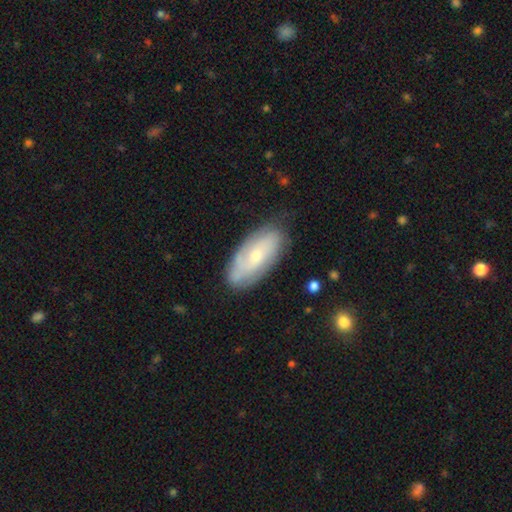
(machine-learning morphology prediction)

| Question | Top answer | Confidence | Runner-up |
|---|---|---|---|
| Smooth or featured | featured or disk | 57% | smooth (37%) |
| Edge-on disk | no | 89% | yes (11%) |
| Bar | no | 68% | weak (26%) |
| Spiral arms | yes | 79% | no (21%) |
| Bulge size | small | 56% | moderate (39%) |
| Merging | none | 75% | minor disturbance (19%) |